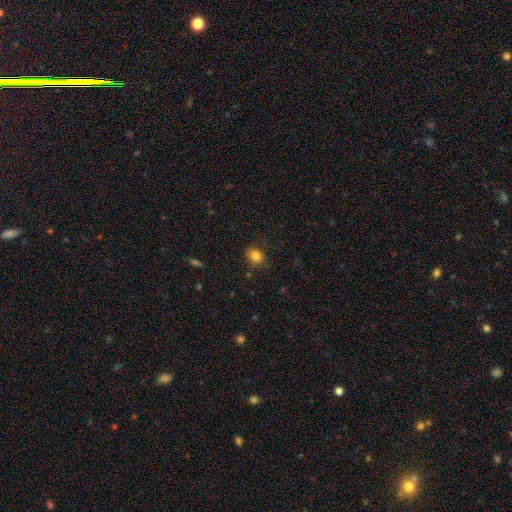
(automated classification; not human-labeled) The model was most divided on "how rounded": in between: 55%, round: 44%, cigar-shaped: 1%. More confident: smooth or featured — smooth (83%); merging — none (76%).